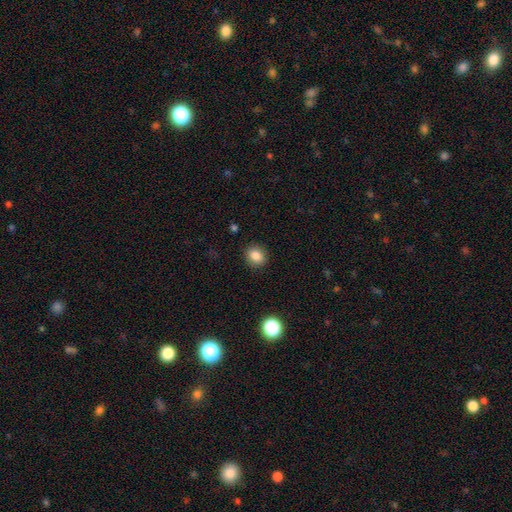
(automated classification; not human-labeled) Morphology: type=smooth (85%); roundness=round (64%); merging=none (89%).